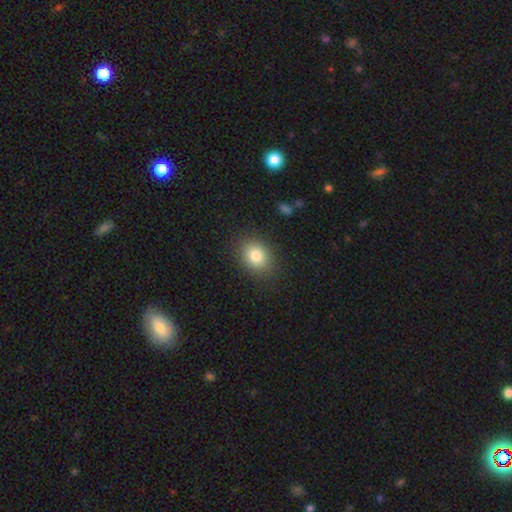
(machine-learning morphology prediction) smooth-or-featured: smooth: 82% | star or artifact: 10% | featured or disk: 8%
  how-rounded: in between: 51% | round: 48% | cigar-shaped: 1%
  merging: none: 86% | minor disturbance: 10% | major disturbance: 3% | merger: 1%